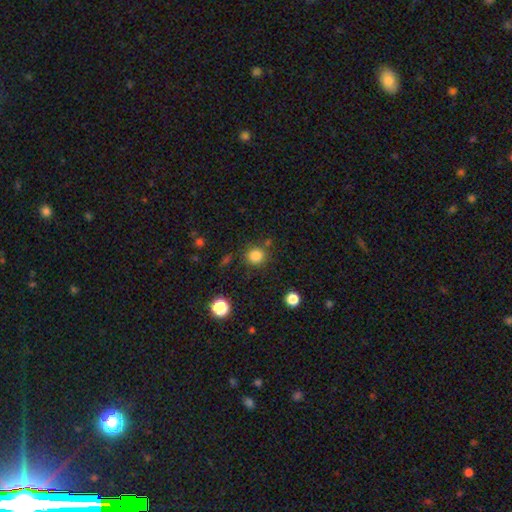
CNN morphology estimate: Q: Smooth or featured?
A: smooth (83%); runner-up: star or artifact (12%)
Q: How rounded?
A: round (91%); runner-up: in between (8%)
Q: Merging?
A: none (82%); runner-up: minor disturbance (9%)